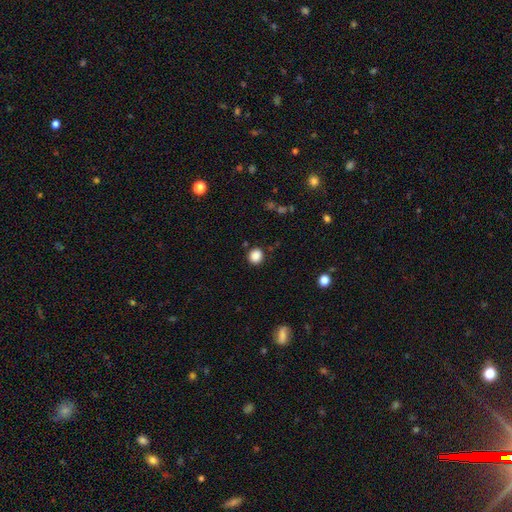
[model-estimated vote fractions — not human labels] Smooth or featured? Predicted: smooth (p=0.86). How rounded? Predicted: round (p=0.85). Merging? Predicted: none (p=0.87).